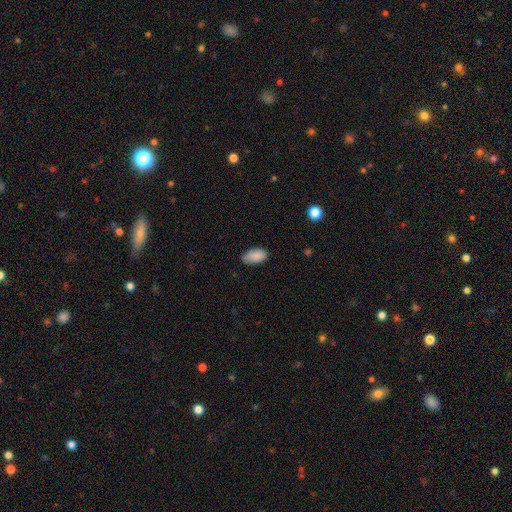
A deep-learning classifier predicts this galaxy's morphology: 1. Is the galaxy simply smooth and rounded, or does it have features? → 87% smooth, 7% star or artifact, 5% featured or disk.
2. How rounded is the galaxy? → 94% in between, 4% round, 2% cigar-shaped.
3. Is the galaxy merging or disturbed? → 71% none, 24% minor disturbance, 4% major disturbance, 1% merger.